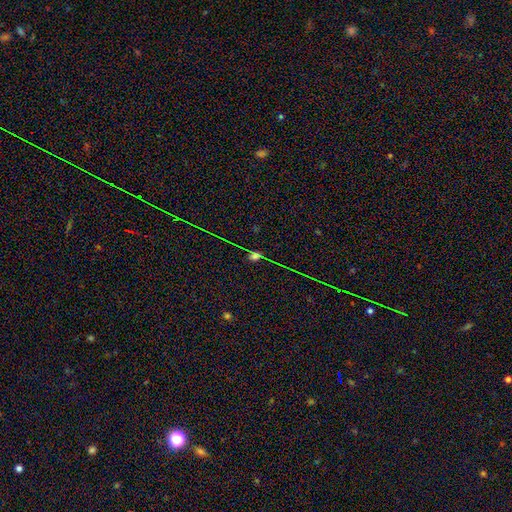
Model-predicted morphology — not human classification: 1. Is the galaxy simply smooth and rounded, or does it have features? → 51% star or artifact, 33% smooth, 16% featured or disk.